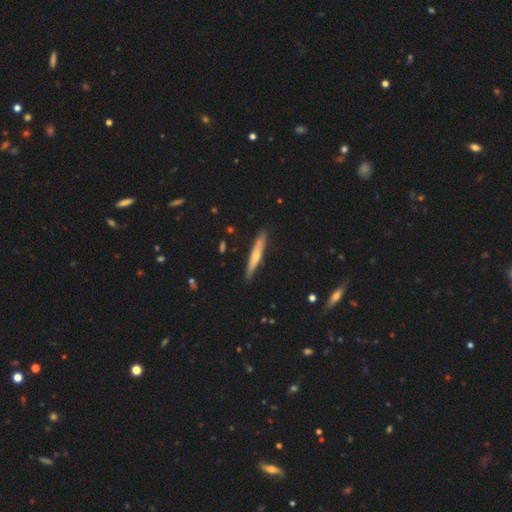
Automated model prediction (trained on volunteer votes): featured or disk 47% (tied), smooth 47% (tied), star or artifact 5%. Down the decision tree: merging — none (86%).